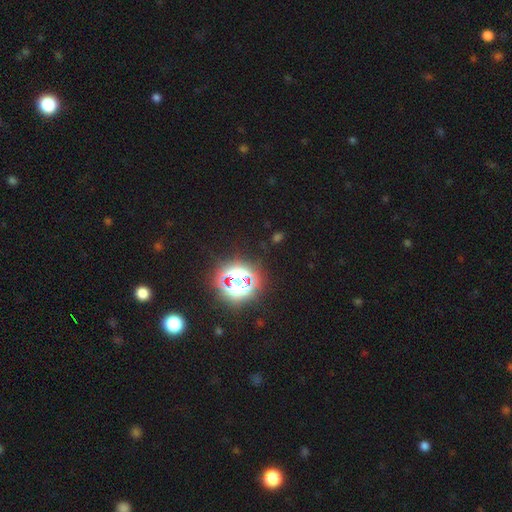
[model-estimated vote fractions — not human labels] Overall: star or artifact (81%).